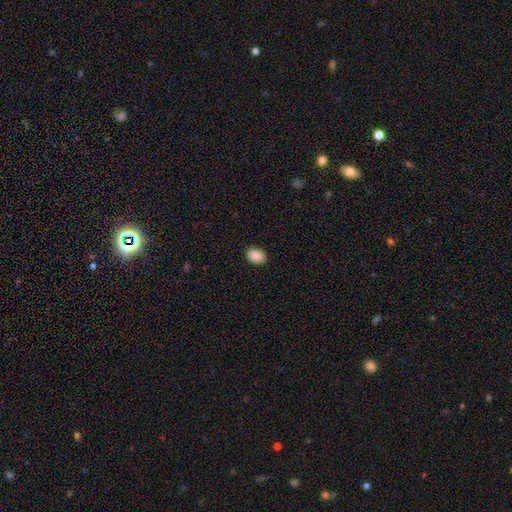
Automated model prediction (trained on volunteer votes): The model was most divided on "how rounded": in between: 77%, round: 22%, cigar-shaped: 1%. More confident: smooth or featured — smooth (89%); merging — none (89%).